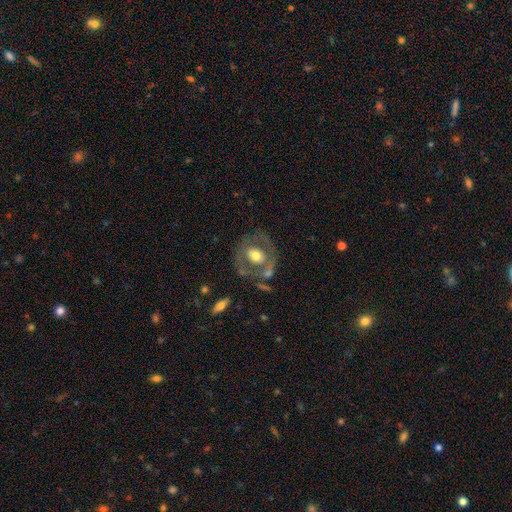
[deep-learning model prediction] A featured or disk galaxy (51%).

Vote fractions:
- Smooth or featured? featured or disk: 51% / smooth: 42% / star or artifact: 7%
- Edge-on disk? no: 94% / yes: 6%
- Merging? none: 67% / minor disturbance: 15% / major disturbance: 10% / merger: 8%